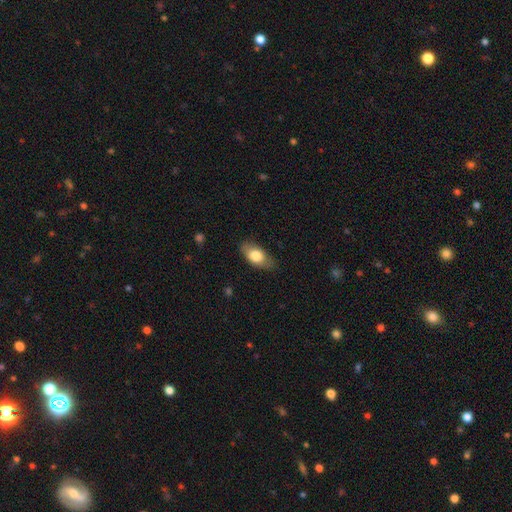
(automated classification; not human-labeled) A smooth galaxy with no disk features (75%) that is in between round and cigar-shaped (88%). Merging: none (78%).